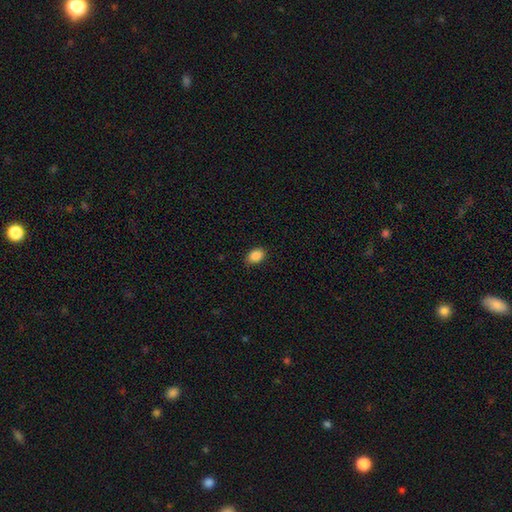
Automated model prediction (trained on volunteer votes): smooth-or-featured: smooth: 88% | star or artifact: 8% | featured or disk: 4%
  how-rounded: in between: 79% | round: 20% | cigar-shaped: 1%
  merging: none: 86% | minor disturbance: 11% | major disturbance: 2% | merger: 1%